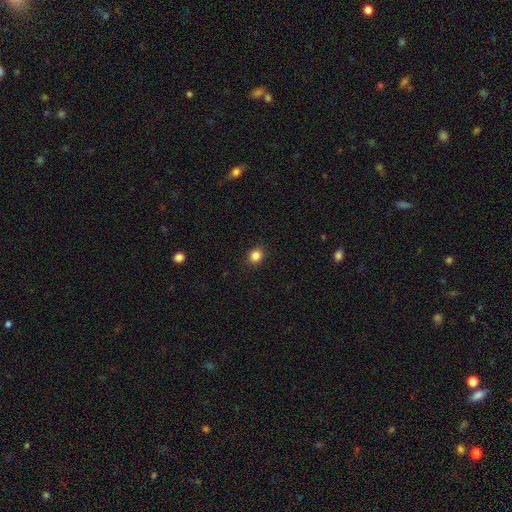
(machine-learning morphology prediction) A smooth galaxy with no disk features (85%) that is round (73%). Merging: none (91%).